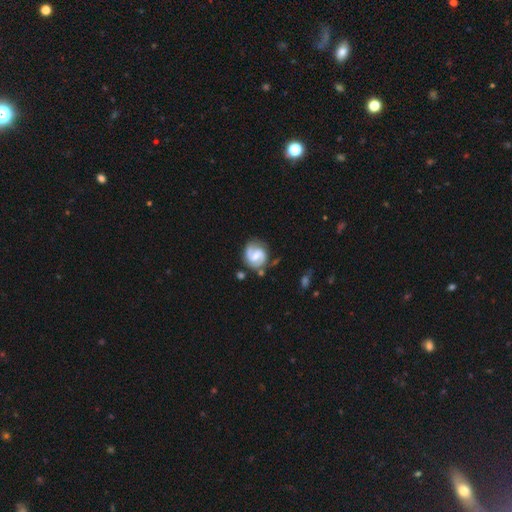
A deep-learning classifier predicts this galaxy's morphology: Q: Smooth or featured?
A: featured or disk (78%); runner-up: smooth (16%)
Q: Edge-on disk?
A: no (98%); runner-up: yes (2%)
Q: Bar?
A: weak (52%); runner-up: no (30%)
Q: Spiral arms?
A: yes (94%); runner-up: no (6%)
Q: Spiral winding?
A: medium (46%); runner-up: tight (37%)
Q: Spiral arm count?
A: 2 (83%); runner-up: can't tell (7%)
Q: Bulge size?
A: small (42%); tied with: moderate (42%)
Q: Merging?
A: none (68%); runner-up: minor disturbance (19%)